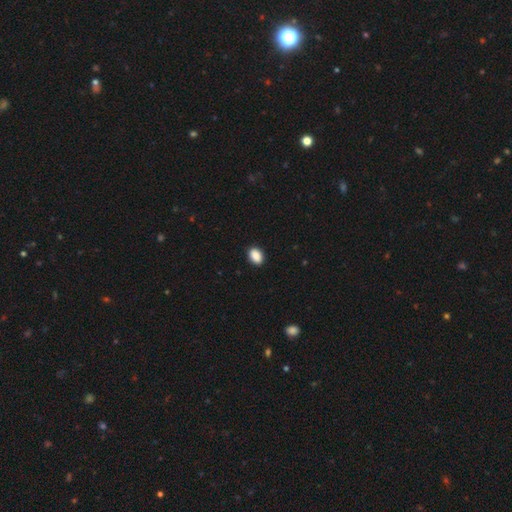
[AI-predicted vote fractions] Smooth or featured: smooth — 90% (star or artifact — 8%)
How rounded: in between — 82% (round — 17%)
Merging: none — 90% (minor disturbance — 7%)